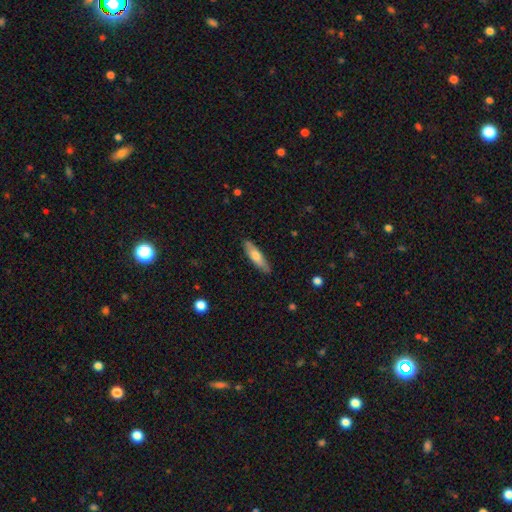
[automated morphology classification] The model was most divided on "how rounded": cigar-shaped: 68%, in between: 30%, round: 2%. More confident: merging — none (86%); smooth or featured — smooth (66%).